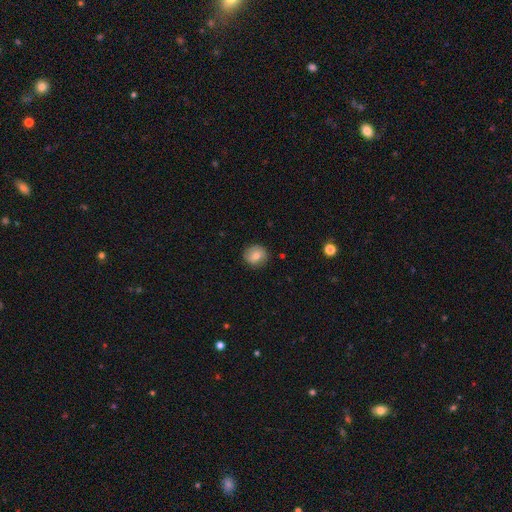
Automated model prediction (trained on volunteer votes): Smooth or featured? Predicted: smooth (p=0.75). How rounded? Predicted: round (p=0.86). Merging? Predicted: none (p=0.87).